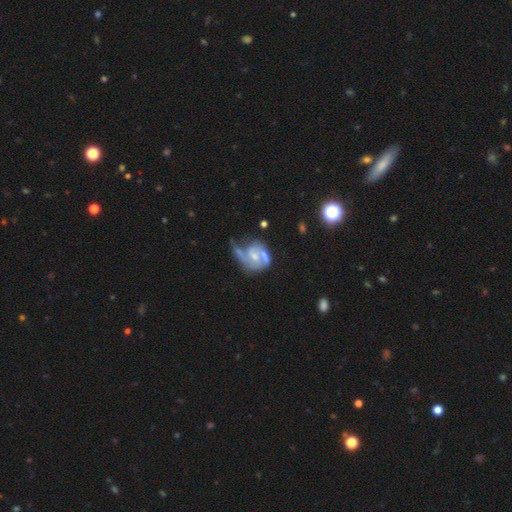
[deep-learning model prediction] Overall: featured or disk (77%). Edge-on disk: no (98%). Bar: no (49%; weak 40%). Spiral arms: yes (85%). Spiral arm count: 2 (55%; 1 22%). Spiral winding: medium (44%; tight 30%). Bulge size: small (48%; moderate 35%). Merging: major disturbance (31%; none 30%).